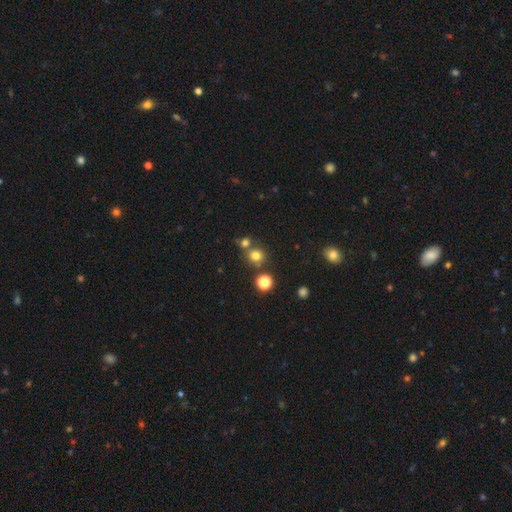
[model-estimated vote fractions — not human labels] Morphology: type=smooth (74%); roundness=round (86%); merging=none (66%).